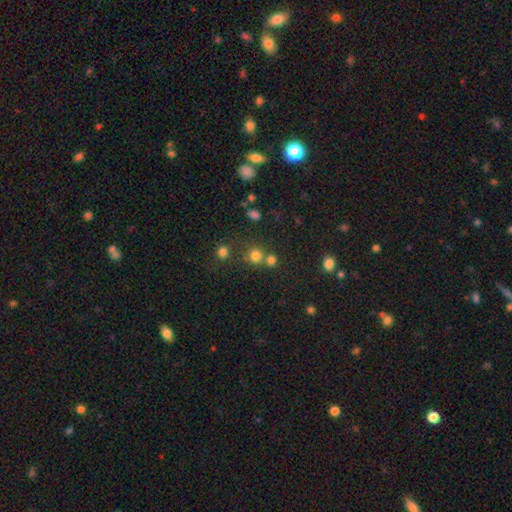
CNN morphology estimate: Smooth or featured? Predicted: smooth (p=0.74). How rounded? Predicted: round (p=0.87). Merging? Predicted: none (p=0.59).